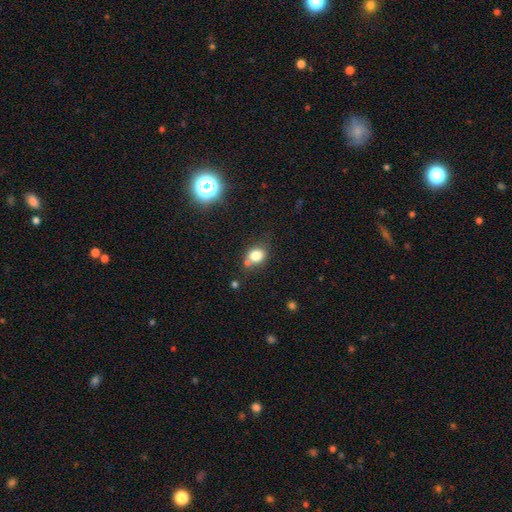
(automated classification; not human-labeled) Morphology: type=smooth (78%); roundness=round (51%); merging=none (59%).